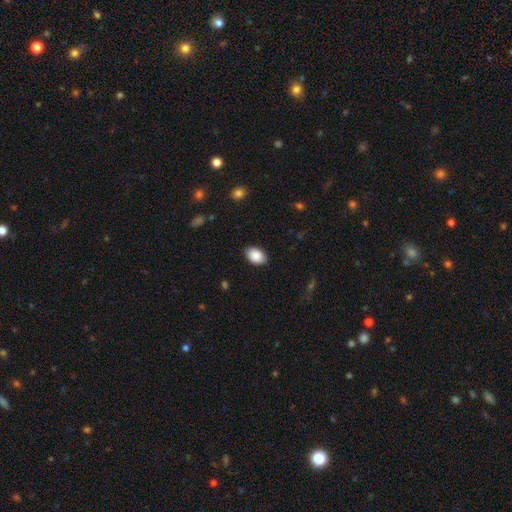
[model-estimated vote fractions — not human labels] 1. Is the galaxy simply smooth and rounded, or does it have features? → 89% smooth, 6% star or artifact, 4% featured or disk.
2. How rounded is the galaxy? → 85% in between, 14% round, 1% cigar-shaped.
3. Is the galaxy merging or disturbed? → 87% none, 10% minor disturbance, 2% major disturbance, 1% merger.